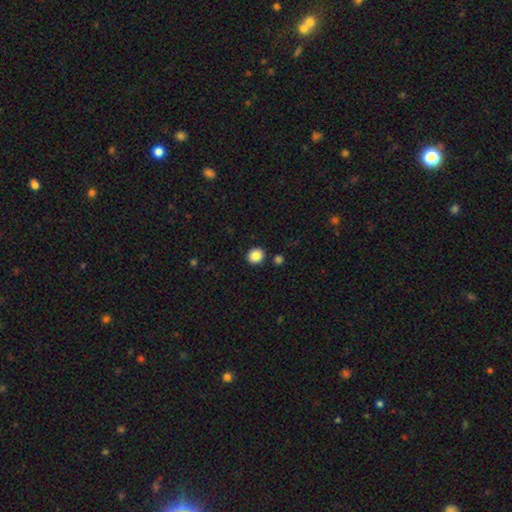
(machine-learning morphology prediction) smooth 86%, star or artifact 10%, featured or disk 4%. Down the decision tree: how rounded — round (82%); merging — none (89%).